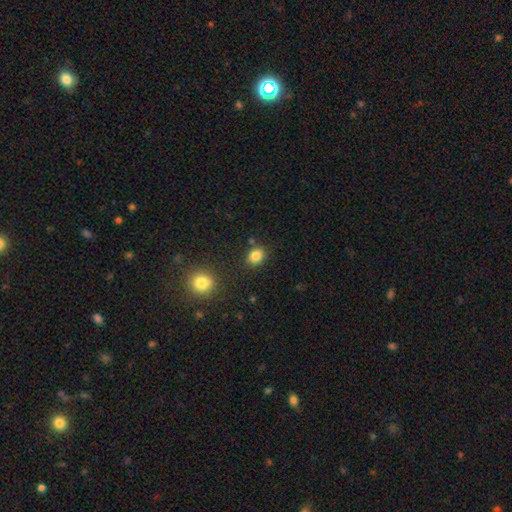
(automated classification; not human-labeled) A smooth galaxy with no disk features (85%) that is round (53%).

Vote fractions:
- Smooth or featured? smooth: 85% / star or artifact: 11% / featured or disk: 5%
- How rounded? round: 53% / in between: 46% / cigar-shaped: 1%
- Merging? none: 83% / minor disturbance: 10% / merger: 4% / major disturbance: 3%